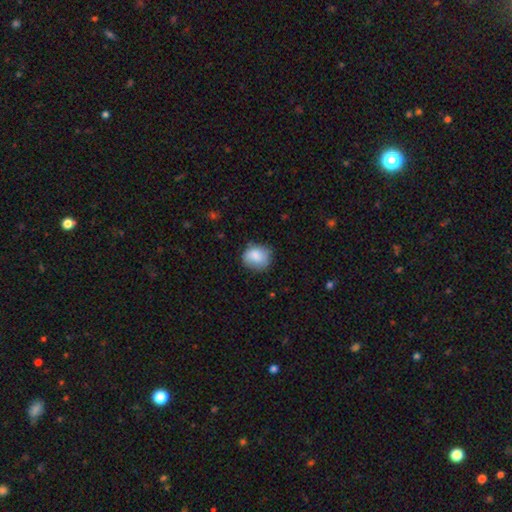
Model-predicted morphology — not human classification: This appears to be a smooth galaxy with no disk features (83%) that is round (71%). Merging: none (71%).